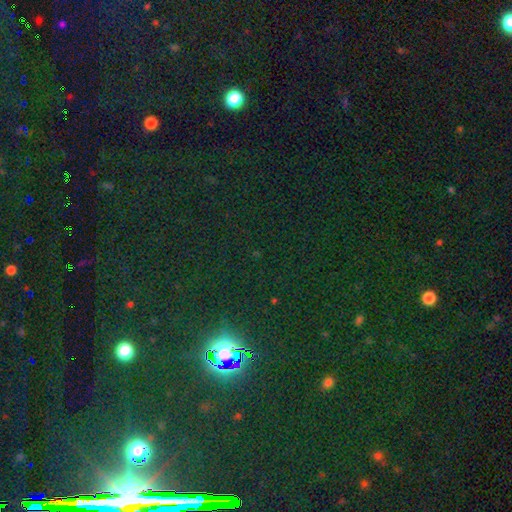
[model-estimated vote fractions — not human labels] This appears to be a star or artifact, not a galaxy (80%).